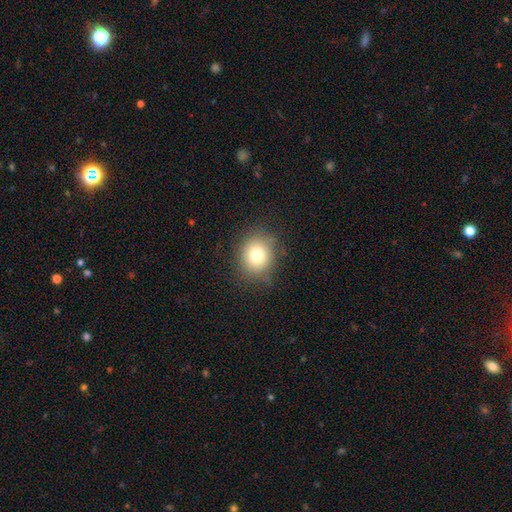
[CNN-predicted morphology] Smooth or featured? Predicted: smooth (p=0.76). How rounded? Predicted: round (p=0.78). Merging? Predicted: none (p=0.84).